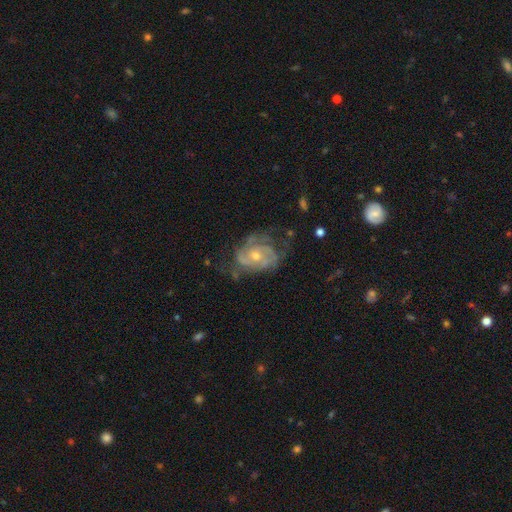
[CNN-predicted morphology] Smooth or featured?
  - featured or disk: 86% *
  - smooth: 8%
  - star or artifact: 7%
Edge-on disk?
  - no: 97% *
  - yes: 3%
Bar?
  - no: 67% *
  - weak: 27%
  - strong: 6%
Spiral arms?
  - yes: 94% *
  - no: 6%
Spiral winding?
  - tight: 52% *
  - medium: 38%
  - loose: 10%
Spiral arm count?
  - 2: 38% *
  - 3: 24%
  - can't tell: 22%
  - 4: 7%
  - 1: 4%
  - more than 4: 4%
Bulge size?
  - moderate: 51% *
  - small: 45%
  - large: 2%
  - none: 2%
  - dominant: 1%
Merging?
  - none: 58% *
  - minor disturbance: 24%
  - major disturbance: 16%
  - merger: 2%